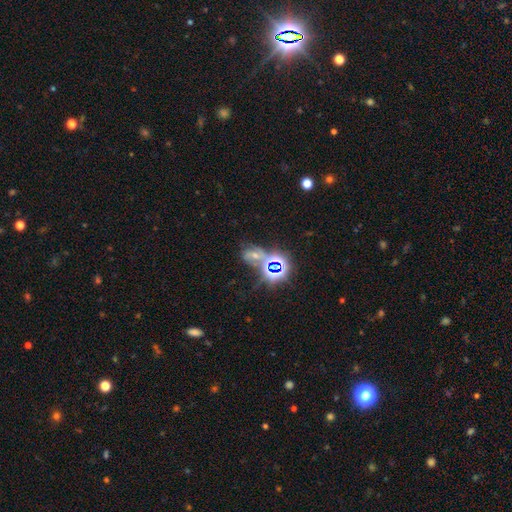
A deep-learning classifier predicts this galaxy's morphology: Smooth or featured: star or artifact — 53% (smooth — 24%)